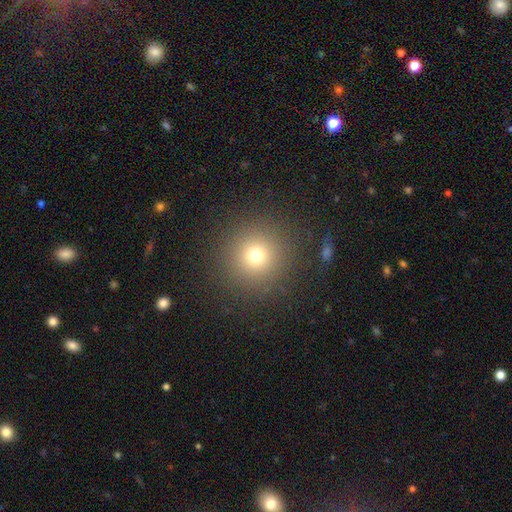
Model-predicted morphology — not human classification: This appears to be a smooth galaxy with no disk features (72%) that is round (95%). Merging: none (89%).